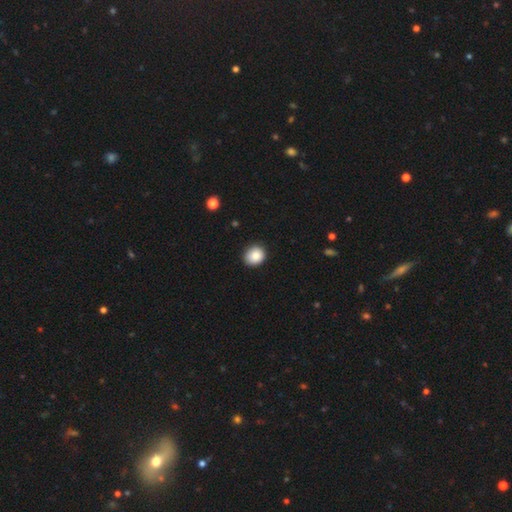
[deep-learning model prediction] smooth 85%, star or artifact 9%, featured or disk 6%. Down the decision tree: how rounded — round (75%); merging — none (88%).